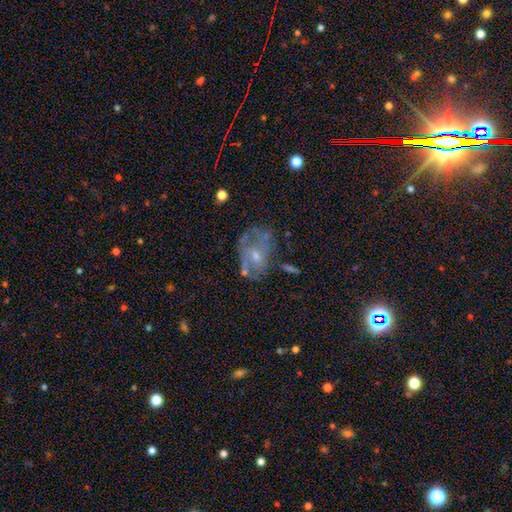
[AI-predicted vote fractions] A featured or disk galaxy (64%) with no bar (66%), spiral arms (53%) and a small central bulge (48%).

Vote fractions:
- Smooth or featured? featured or disk: 64% / smooth: 23% / star or artifact: 13%
- Edge-on disk? no: 96% / yes: 4%
- Bar? no: 66% / weak: 28% / strong: 5%
- Spiral arms? yes: 53% / no: 47%
- Bulge size? small: 48% / moderate: 40% / none: 8% / large: 3% / dominant: 1%
- Merging? none: 48% / minor disturbance: 23% / major disturbance: 23% / merger: 6%